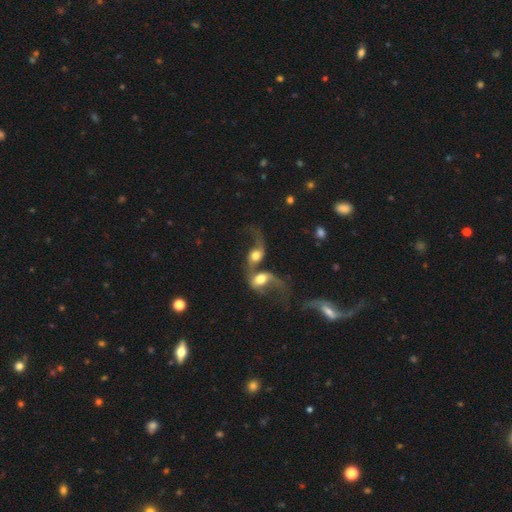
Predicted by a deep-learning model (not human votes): This is likely a featured or disk galaxy (64%). It is clearly not viewed edge-on (95%). Bar: likely no (66%). Spiral arm pattern: clearly yes (81%). Central bulge: possibly moderate (47%). Merging: clearly merger (83%).